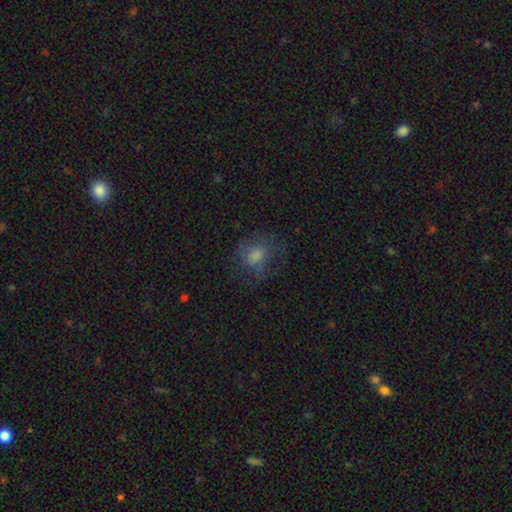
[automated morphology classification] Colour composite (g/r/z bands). It shows a smooth galaxy with no disk features (62%) that is round (64%). Merging: none (58%).